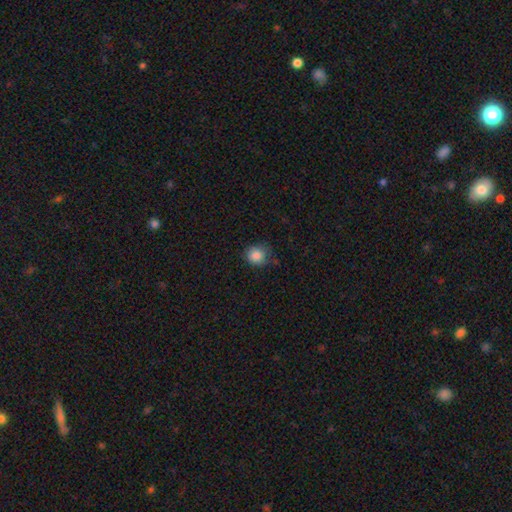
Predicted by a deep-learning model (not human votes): Morphology: type=smooth (86%); roundness=round (85%); merging=none (68%).